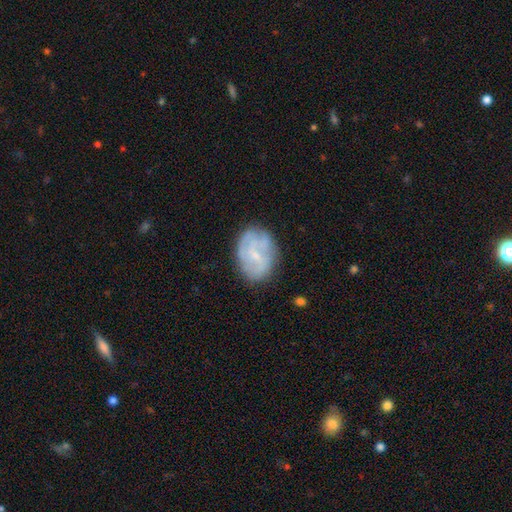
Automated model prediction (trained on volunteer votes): Smooth or featured? featured or disk (61%)
Edge-on disk? no (97%)
Bar? no (54%)
Spiral arms? yes (71%)
Bulge size? small (71%)
Merging? none (72%)